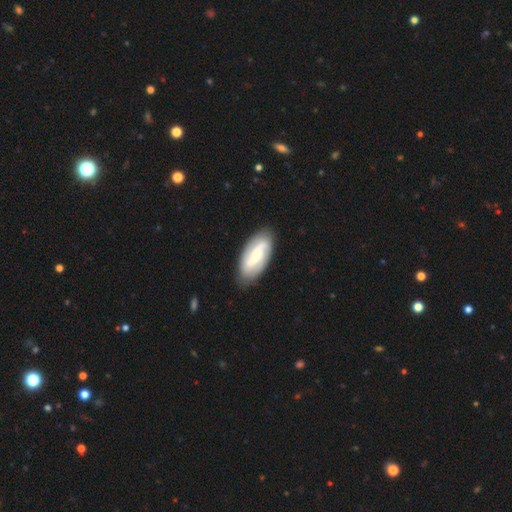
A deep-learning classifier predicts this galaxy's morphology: A featured or disk galaxy (65%) with a weak bar (47%), 2 (82%) loose (39%) spiral arms (91%) and a small central bulge (55%).

Vote fractions:
- Smooth or featured? featured or disk: 65% / smooth: 29% / star or artifact: 6%
- Edge-on disk? no: 94% / yes: 6%
- Bar? weak: 47% / no: 27% / strong: 26%
- Spiral arms? yes: 91% / no: 9%
- Spiral winding? loose: 39% / medium: 37% / tight: 24%
- Spiral arm count? 2: 82% / can't tell: 11% / 3: 3% / 1: 2% / 4: 1% / more than 4: 1%
- Bulge size? small: 55% / moderate: 26% / none: 13% / large: 4% / dominant: 1%
- Merging? none: 83% / minor disturbance: 13% / major disturbance: 3% / merger: 1%